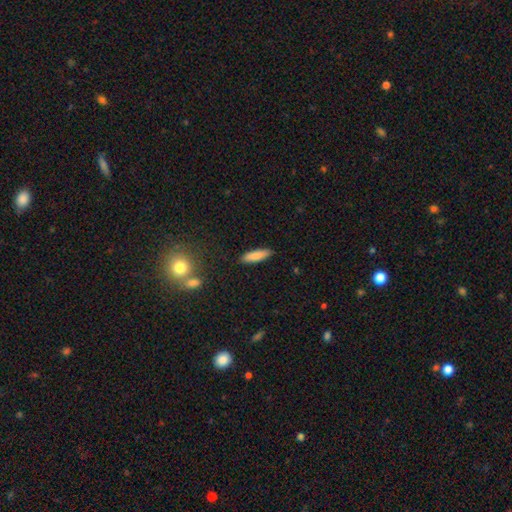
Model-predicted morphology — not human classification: Smooth or featured? Predicted: smooth (p=0.83). How rounded? Predicted: cigar-shaped (p=0.65). Merging? Predicted: none (p=0.88).